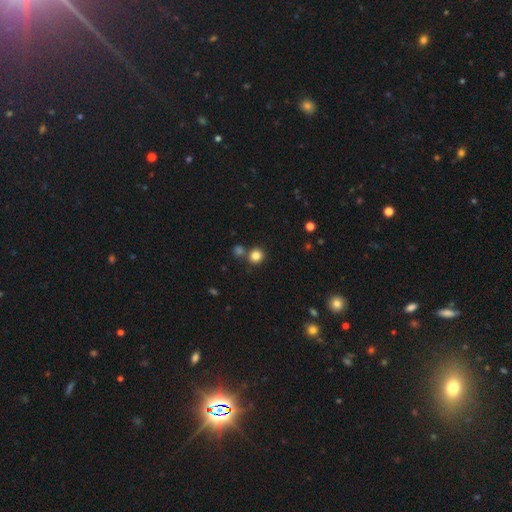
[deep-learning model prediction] Smooth or featured: smooth — 83% (star or artifact — 12%)
How rounded: round — 92% (in between — 8%)
Merging: none — 77% (merger — 14%)